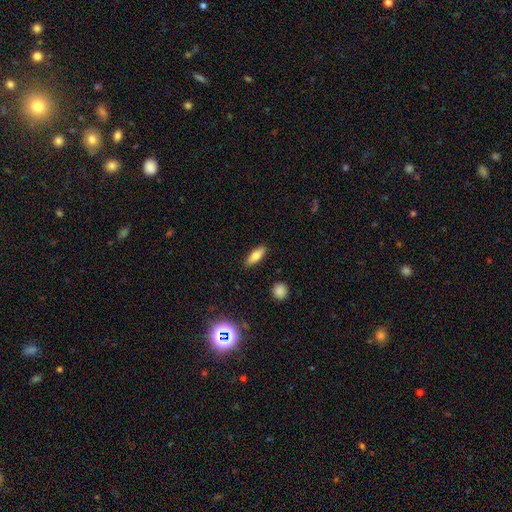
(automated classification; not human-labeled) Smooth or featured?
  - smooth: 76% *
  - featured or disk: 16%
  - star or artifact: 8%
How rounded?
  - in between: 65% *
  - cigar-shaped: 32%
  - round: 3%
Merging?
  - none: 88% *
  - minor disturbance: 9%
  - major disturbance: 2%
  - merger: 1%